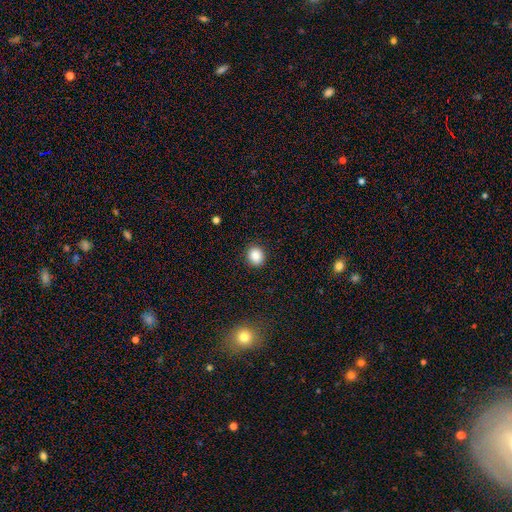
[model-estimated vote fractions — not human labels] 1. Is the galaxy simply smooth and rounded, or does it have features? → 86% smooth, 10% star or artifact, 4% featured or disk.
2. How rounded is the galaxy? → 78% round, 21% in between, 1% cigar-shaped.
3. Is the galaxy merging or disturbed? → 90% none, 6% minor disturbance, 2% major disturbance, 1% merger.